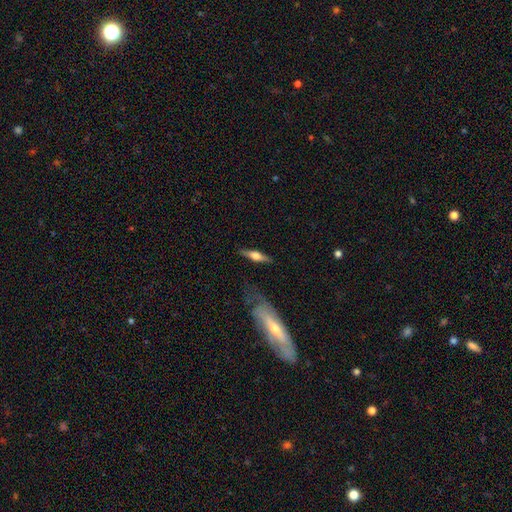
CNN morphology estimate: Smooth or featured? featured or disk (59%)
Edge-on disk? yes (93%)
Edge-on bulge? rounded (91%)
Merging? none (78%)